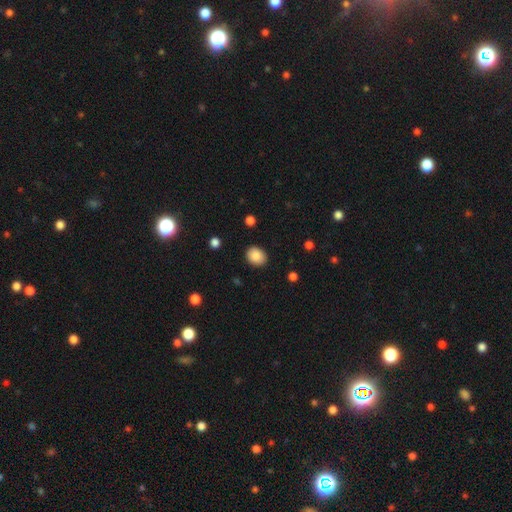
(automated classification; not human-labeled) smooth-or-featured: smooth: 87% | star or artifact: 9% | featured or disk: 4%
  how-rounded: round: 54% | in between: 45% | cigar-shaped: 1%
  merging: none: 88% | minor disturbance: 8% | major disturbance: 2% | merger: 1%